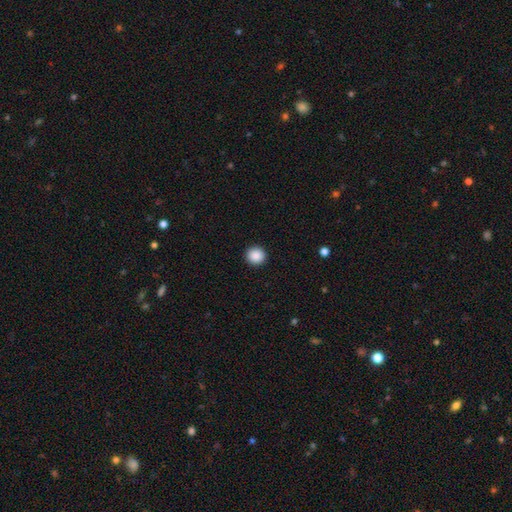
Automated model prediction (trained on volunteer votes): smooth-or-featured: smooth: 89% | star or artifact: 9% | featured or disk: 2%
  how-rounded: round: 93% | in between: 6% | cigar-shaped: 1%
  merging: none: 93% | minor disturbance: 5% | major disturbance: 2% | merger: 1%